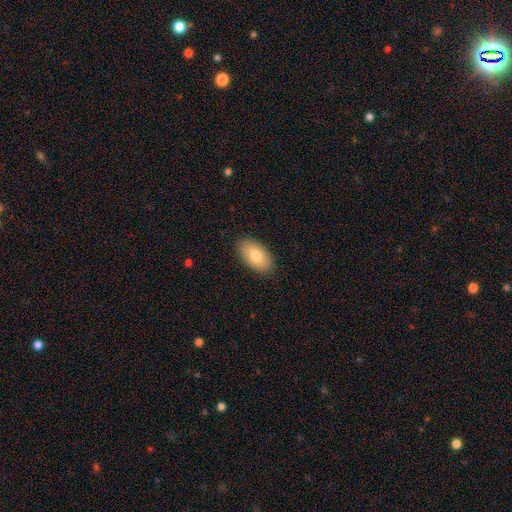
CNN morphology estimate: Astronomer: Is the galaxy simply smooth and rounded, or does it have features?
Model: smooth — 79%.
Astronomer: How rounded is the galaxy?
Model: in between — 95%.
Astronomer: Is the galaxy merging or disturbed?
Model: none — 88%.